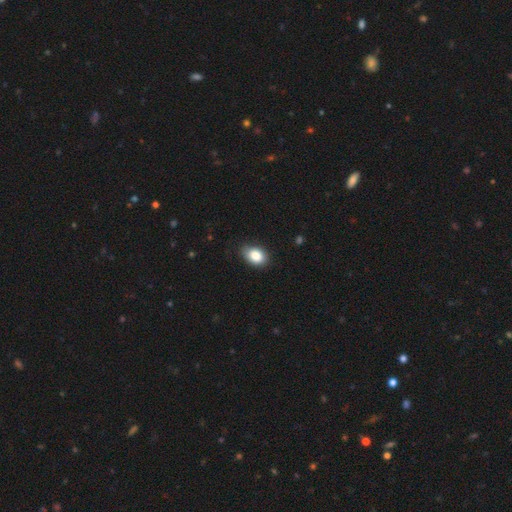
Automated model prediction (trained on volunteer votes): Smooth or featured?
  - smooth: 85% *
  - star or artifact: 8%
  - featured or disk: 7%
How rounded?
  - in between: 80% *
  - round: 18%
  - cigar-shaped: 1%
Merging?
  - none: 79% *
  - minor disturbance: 18%
  - major disturbance: 3%
  - merger: 1%